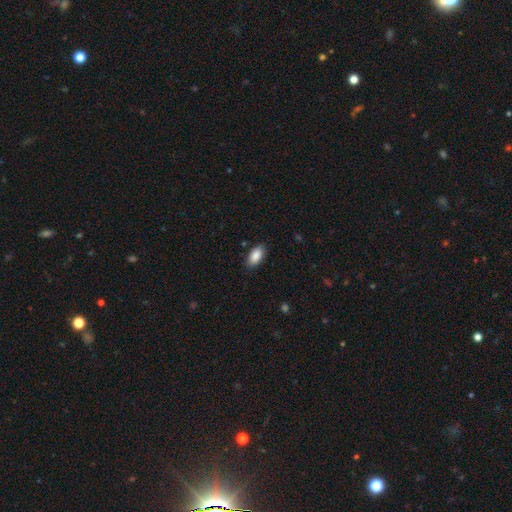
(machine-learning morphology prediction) Overall: smooth (89%). How rounded: in between (93%). Merging: none (86%).